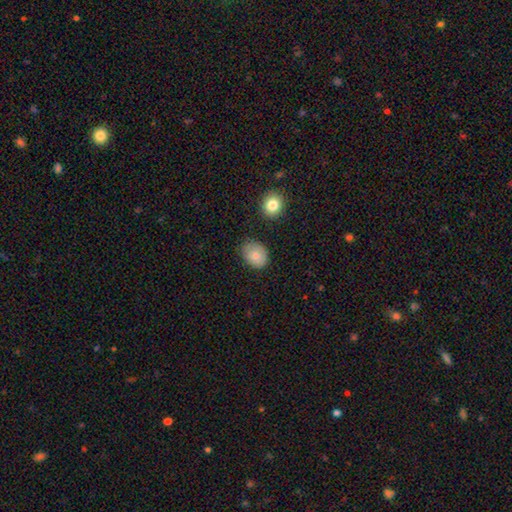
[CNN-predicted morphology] A smooth galaxy with no disk features (83%) that is in between round and cigar-shaped (60%). Merging: none (74%).